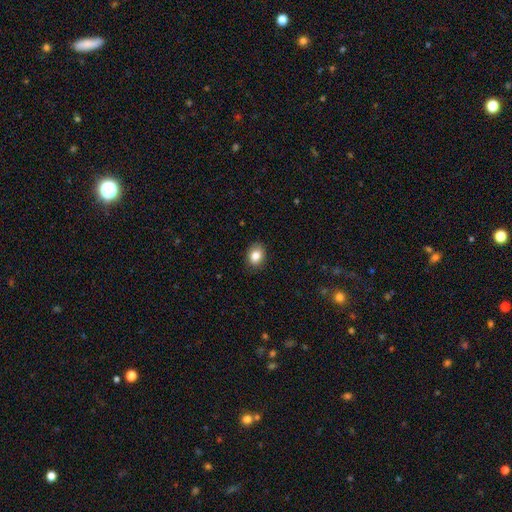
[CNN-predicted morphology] This appears to be a smooth galaxy with no disk features (84%) that is in between round and cigar-shaped (58%). Merging: none (87%).